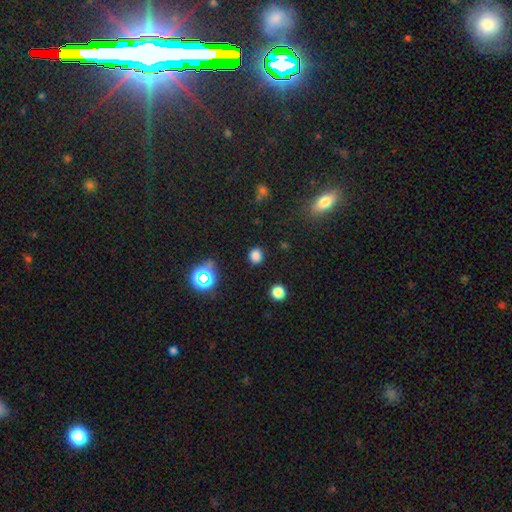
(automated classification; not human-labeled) smooth_or_featured: smooth (p=0.77) [alt: star or artifact p=0.19]
how_rounded: round (p=0.80) [alt: in between p=0.19]
merging: none (p=0.87) [alt: minor disturbance p=0.08]